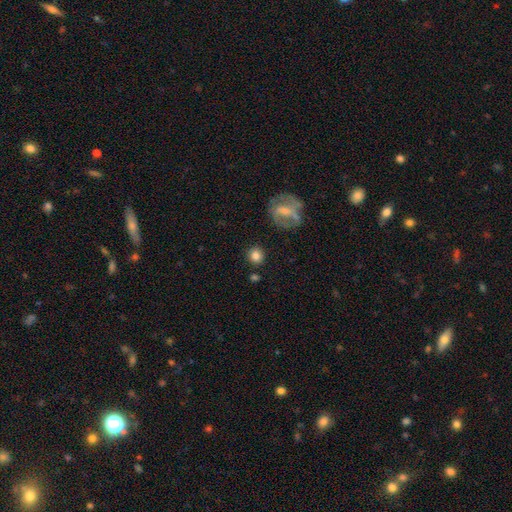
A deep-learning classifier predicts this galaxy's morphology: smooth_or_featured: smooth (p=0.80) [alt: star or artifact p=0.10]
how_rounded: round (p=0.87) [alt: in between p=0.11]
merging: none (p=0.85) [alt: minor disturbance p=0.08]